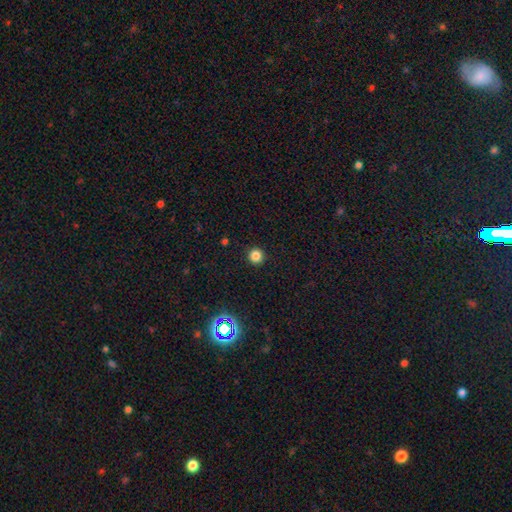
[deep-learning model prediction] Q: Smooth or featured?
A: smooth (83%); runner-up: star or artifact (13%)
Q: How rounded?
A: round (95%); runner-up: in between (4%)
Q: Merging?
A: none (93%); runner-up: minor disturbance (4%)